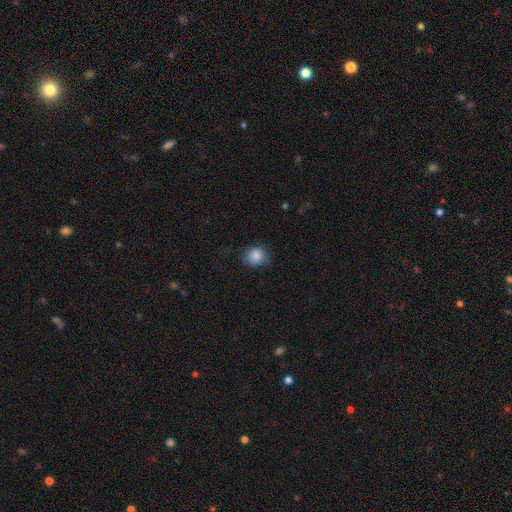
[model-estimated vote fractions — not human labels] Q: Smooth or featured?
A: smooth (86%); runner-up: star or artifact (9%)
Q: How rounded?
A: round (74%); runner-up: in between (25%)
Q: Merging?
A: none (78%); runner-up: minor disturbance (17%)